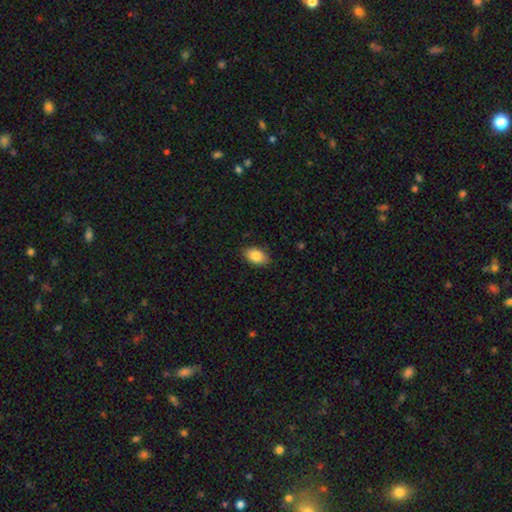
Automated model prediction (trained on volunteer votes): Overall: smooth (86%). How rounded: in between (91%). Merging: none (85%).